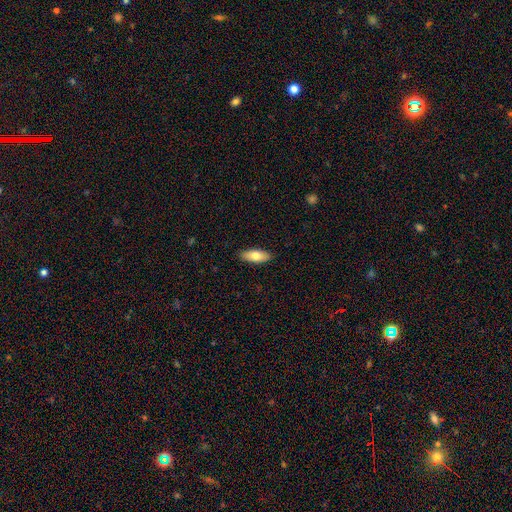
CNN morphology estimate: Q: Smooth or featured?
A: smooth (74%); runner-up: featured or disk (20%)
Q: How rounded?
A: in between (76%); runner-up: cigar-shaped (21%)
Q: Merging?
A: none (90%); runner-up: minor disturbance (8%)